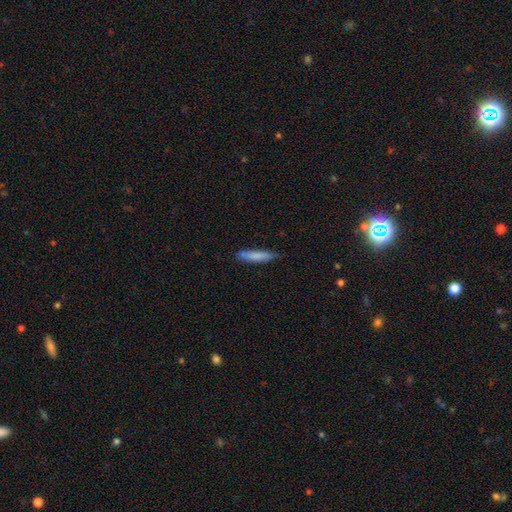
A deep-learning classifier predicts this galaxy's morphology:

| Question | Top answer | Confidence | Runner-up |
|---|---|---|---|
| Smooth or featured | smooth | 78% | featured or disk (16%) |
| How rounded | cigar-shaped | 87% | in between (12%) |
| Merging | none | 75% | minor disturbance (18%) |